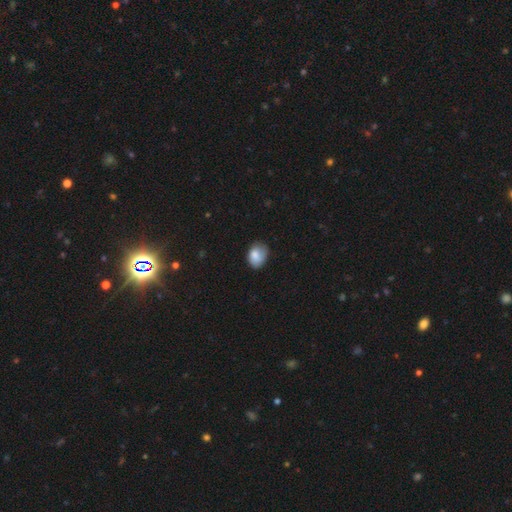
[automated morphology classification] type=smooth (81%); roundness=in between (72%); merging=none (59%).